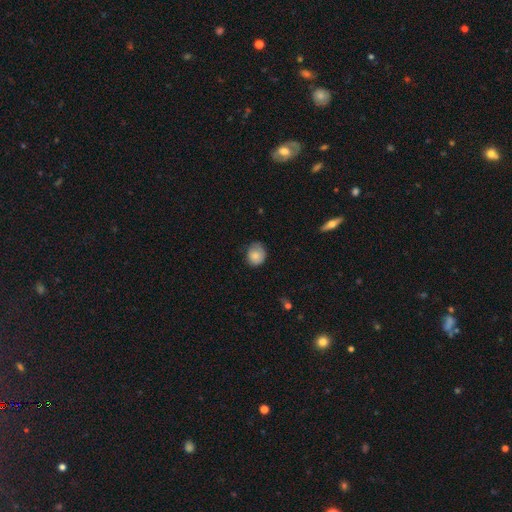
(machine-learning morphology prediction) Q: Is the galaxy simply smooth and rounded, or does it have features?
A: smooth — 79%.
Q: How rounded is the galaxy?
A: round — 69%.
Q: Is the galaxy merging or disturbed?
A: none — 64%.